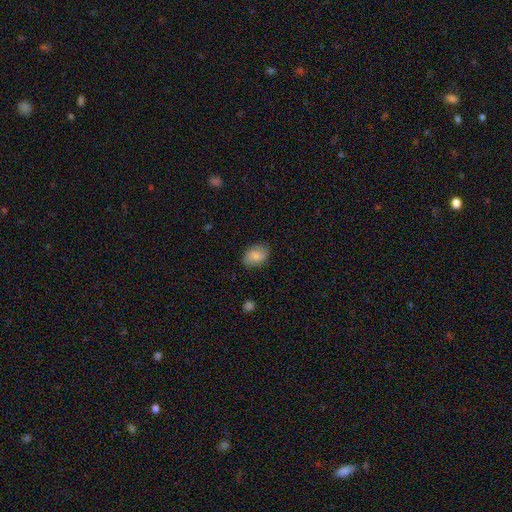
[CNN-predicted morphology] Smooth or featured? smooth (84%)
How rounded? in between (81%)
Merging? none (83%)